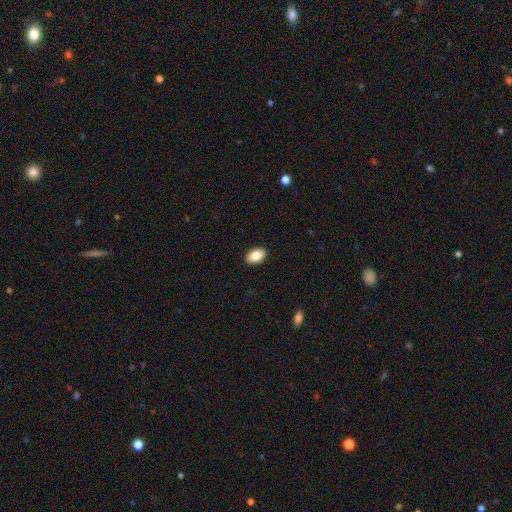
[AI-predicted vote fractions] A smooth galaxy with no disk features (85%) that is in between round and cigar-shaped (92%).

Vote fractions:
- Smooth or featured? smooth: 85% / featured or disk: 8% / star or artifact: 7%
- How rounded? in between: 92% / round: 6% / cigar-shaped: 1%
- Merging? none: 90% / minor disturbance: 7% / major disturbance: 2% / merger: 1%